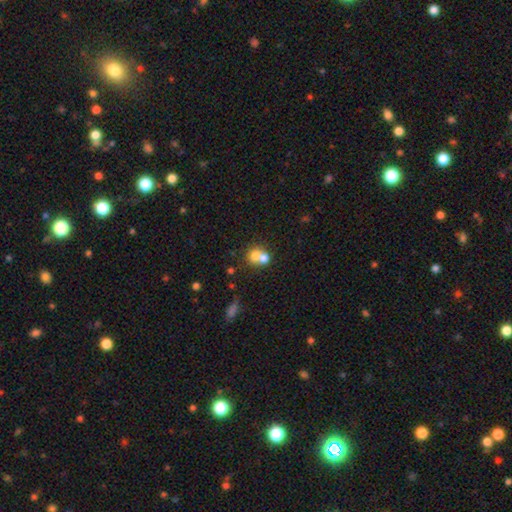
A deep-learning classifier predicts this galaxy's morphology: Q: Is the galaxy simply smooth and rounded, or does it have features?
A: smooth — 69%.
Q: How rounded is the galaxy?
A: round — 75%.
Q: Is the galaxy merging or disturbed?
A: merger — 63%.